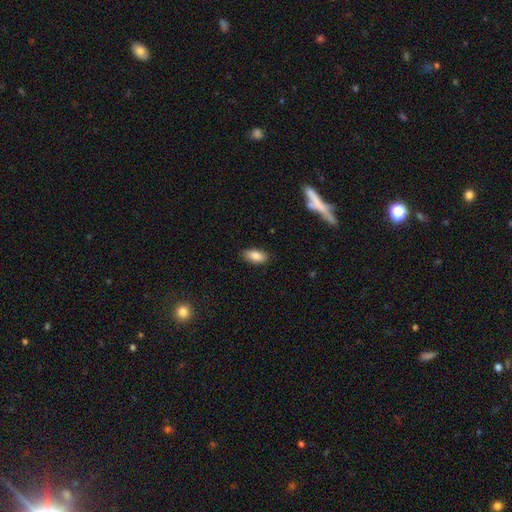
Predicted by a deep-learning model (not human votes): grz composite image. It shows a smooth galaxy with no disk features (86%) that is in between round and cigar-shaped (89%). Merging: none (84%).